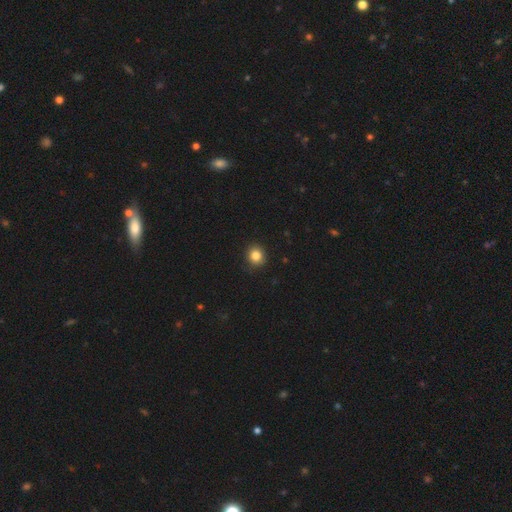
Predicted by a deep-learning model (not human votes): This appears to be a smooth galaxy with no disk features (84%) that is round (89%). Merging: none (91%).